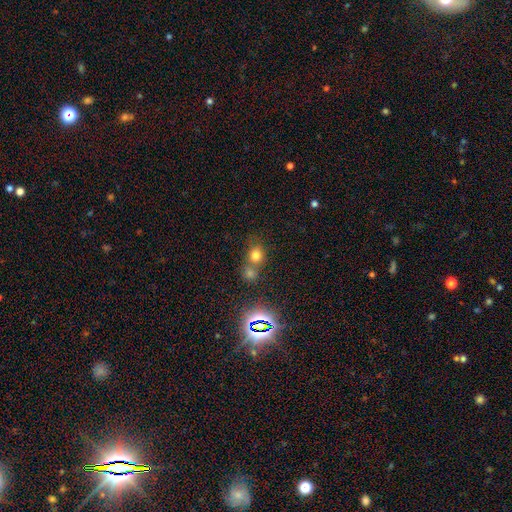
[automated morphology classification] type=smooth (69%); roundness=round (74%); merging=none (47%).